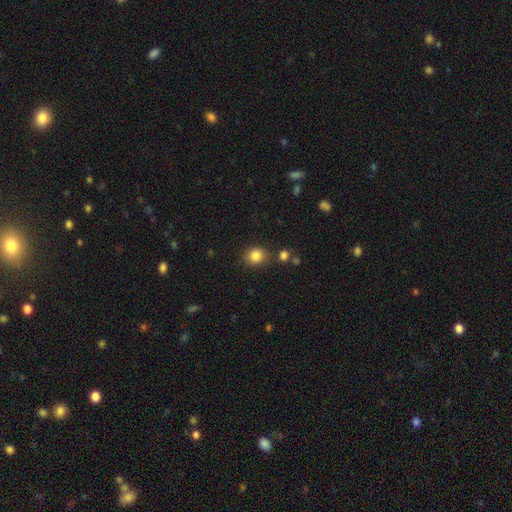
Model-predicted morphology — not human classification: smooth 84%, star or artifact 11%, featured or disk 5%. Down the decision tree: how rounded — round (78%); merging — none (80%).